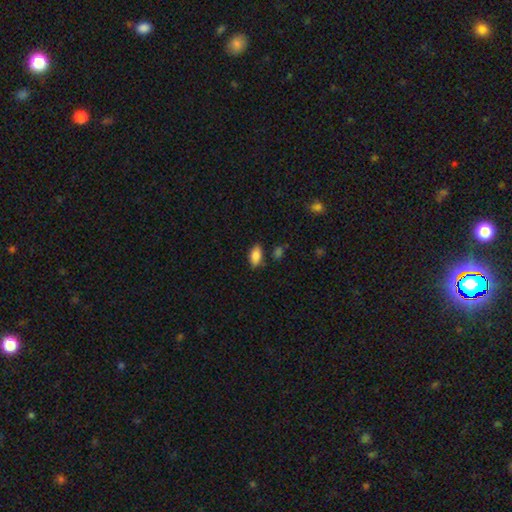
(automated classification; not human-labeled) smooth-or-featured: smooth: 85% | star or artifact: 8% | featured or disk: 7%
  how-rounded: in between: 90% | cigar-shaped: 6% | round: 4%
  merging: none: 80% | minor disturbance: 14% | merger: 3% | major disturbance: 3%